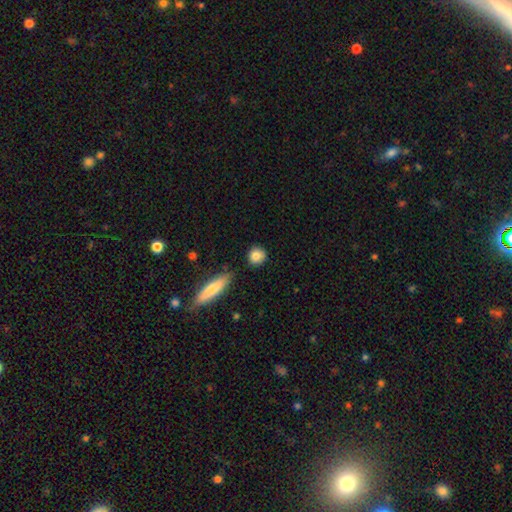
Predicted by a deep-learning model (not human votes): smooth-or-featured: smooth: 83% | featured or disk: 9% | star or artifact: 8%
  how-rounded: round: 81% | in between: 15% | cigar-shaped: 3%
  merging: none: 82% | minor disturbance: 11% | merger: 4% | major disturbance: 3%